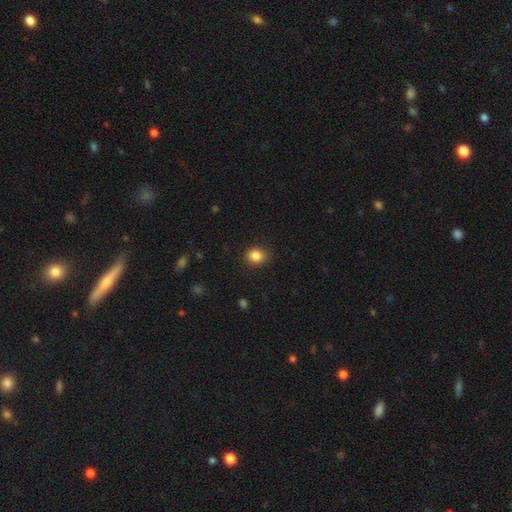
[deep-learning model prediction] smooth_or_featured: smooth (p=0.86) [alt: star or artifact p=0.10]
how_rounded: round (p=0.66) [alt: in between p=0.33]
merging: none (p=0.87) [alt: minor disturbance p=0.10]